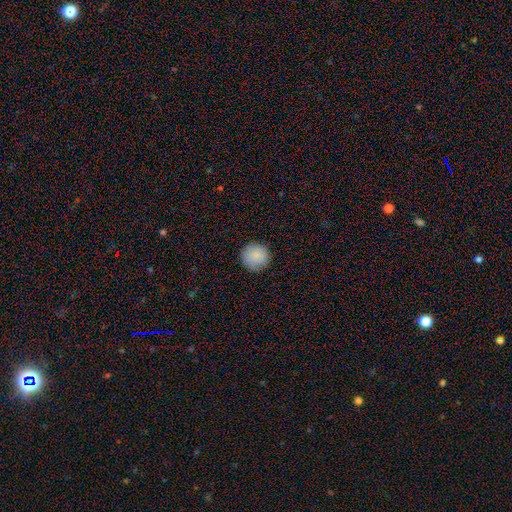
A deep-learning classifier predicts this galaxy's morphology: Smooth or featured? Predicted: smooth (p=0.89). How rounded? Predicted: round (p=0.96). Merging? Predicted: none (p=0.91).